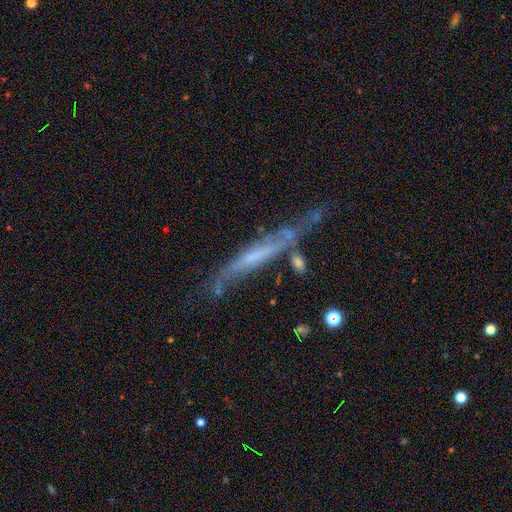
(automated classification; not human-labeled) Morphology: type=featured or disk (66%); edge-on=yes (73%); merging=none (42%).